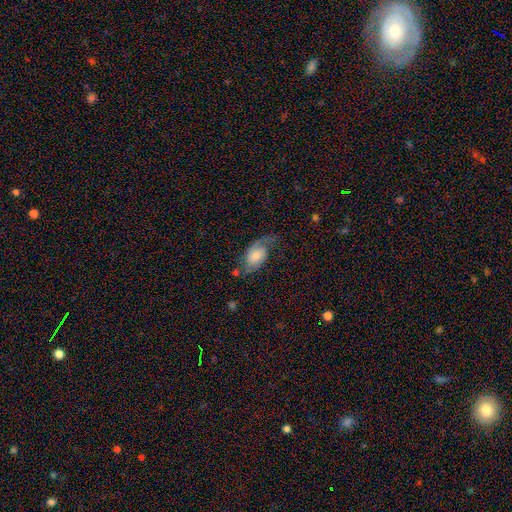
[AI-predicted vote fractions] Q: Smooth or featured?
A: featured or disk (60%); runner-up: smooth (32%)
Q: Edge-on disk?
A: no (95%); runner-up: yes (5%)
Q: Bar?
A: no (64%); runner-up: weak (31%)
Q: Spiral arms?
A: yes (90%); runner-up: no (10%)
Q: Spiral winding?
A: loose (52%); runner-up: medium (35%)
Q: Spiral arm count?
A: 2 (78%); runner-up: 1 (14%)
Q: Bulge size?
A: moderate (37%); runner-up: large (25%)
Q: Merging?
A: none (50%); runner-up: minor disturbance (26%)